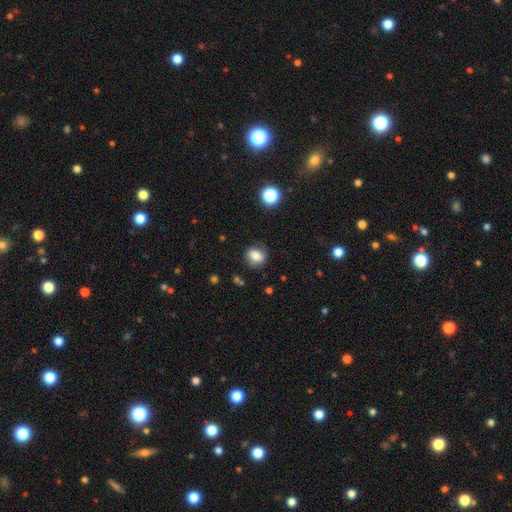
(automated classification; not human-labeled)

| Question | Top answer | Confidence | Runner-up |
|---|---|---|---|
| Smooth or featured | smooth | 79% | star or artifact (11%) |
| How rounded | round | 58% | in between (41%) |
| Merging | none | 82% | minor disturbance (13%) |